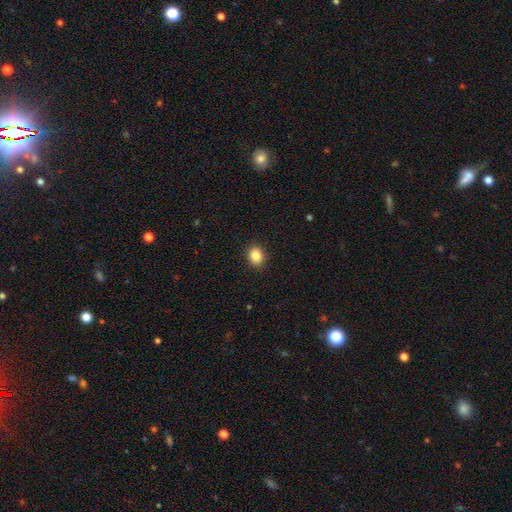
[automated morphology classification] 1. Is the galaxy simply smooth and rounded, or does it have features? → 86% smooth, 10% star or artifact, 5% featured or disk.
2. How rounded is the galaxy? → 52% round, 47% in between, 1% cigar-shaped.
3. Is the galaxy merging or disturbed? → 90% none, 7% minor disturbance, 2% major disturbance, 1% merger.